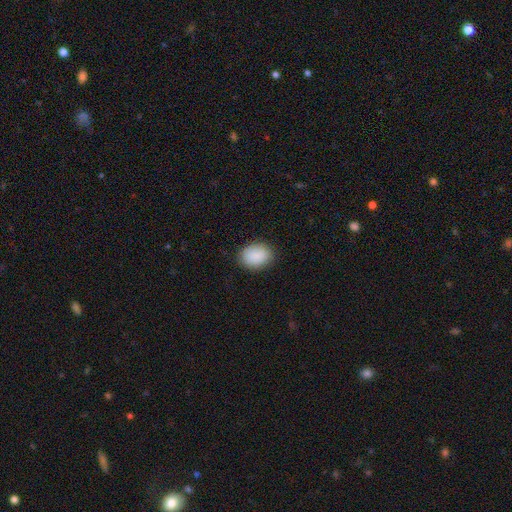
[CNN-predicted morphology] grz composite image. It shows a smooth galaxy with no disk features (89%) that is in between round and cigar-shaped (62%). Merging: none (86%).